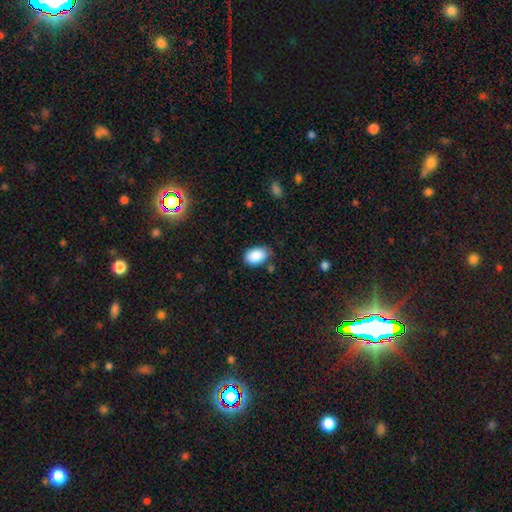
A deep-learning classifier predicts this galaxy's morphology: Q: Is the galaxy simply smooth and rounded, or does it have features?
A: smooth — 89%.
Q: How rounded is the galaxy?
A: in between — 91%.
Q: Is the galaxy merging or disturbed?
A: none — 75%.